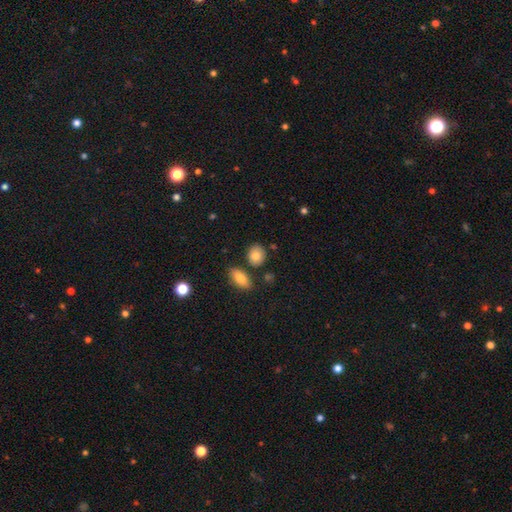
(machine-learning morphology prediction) The model was most divided on "how rounded": round: 57%, in between: 41%, cigar-shaped: 2%. More confident: smooth or featured — smooth (82%); merging — none (78%).